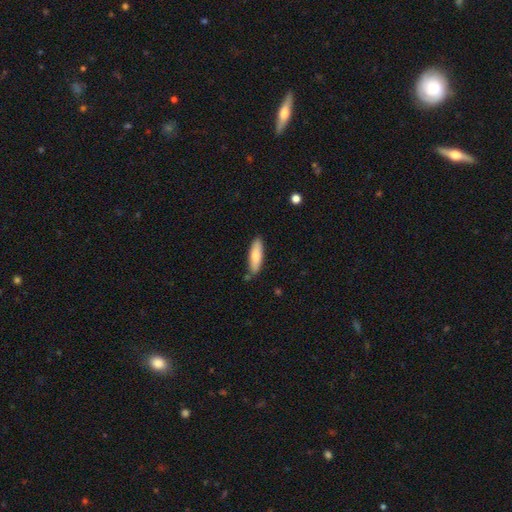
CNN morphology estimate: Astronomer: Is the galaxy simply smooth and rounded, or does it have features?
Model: smooth — 74%.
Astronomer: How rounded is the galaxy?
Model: cigar-shaped — 59% (runner-up: in between, 39%).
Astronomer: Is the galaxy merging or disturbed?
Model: none — 82%.